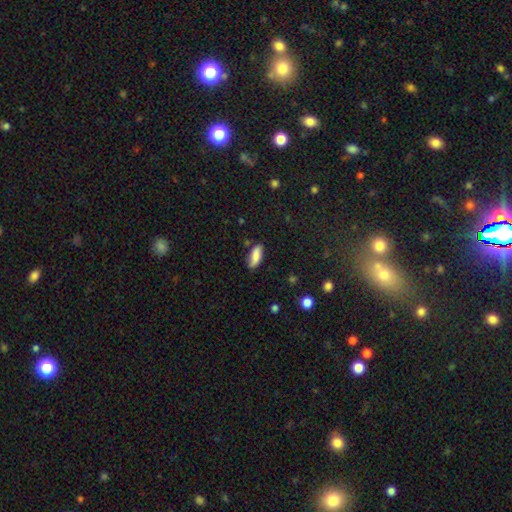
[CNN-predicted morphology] smooth 82%, featured or disk 11%, star or artifact 7%. Down the decision tree: how rounded — in between (78%); merging — none (74%).